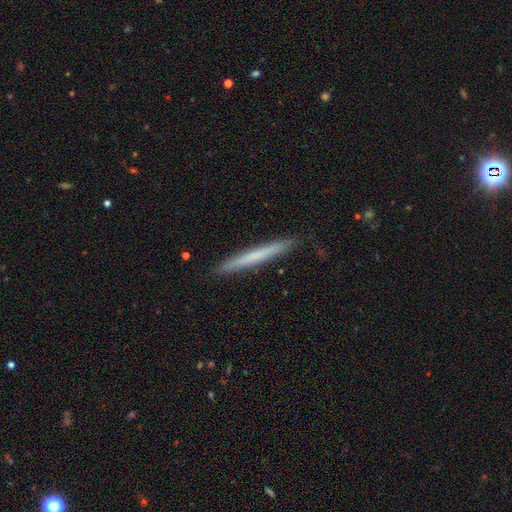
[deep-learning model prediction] Smooth or featured? smooth (56%)
How rounded? cigar-shaped (97%)
Merging? none (91%)